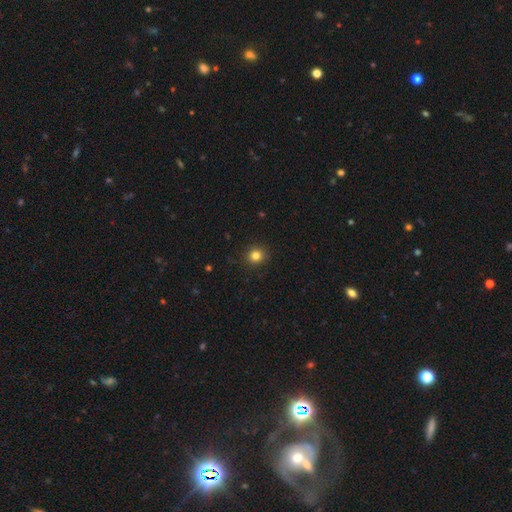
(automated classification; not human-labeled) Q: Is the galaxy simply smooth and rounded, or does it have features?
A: smooth — 82%.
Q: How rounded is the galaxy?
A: round — 89%.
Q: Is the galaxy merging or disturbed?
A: none — 91%.